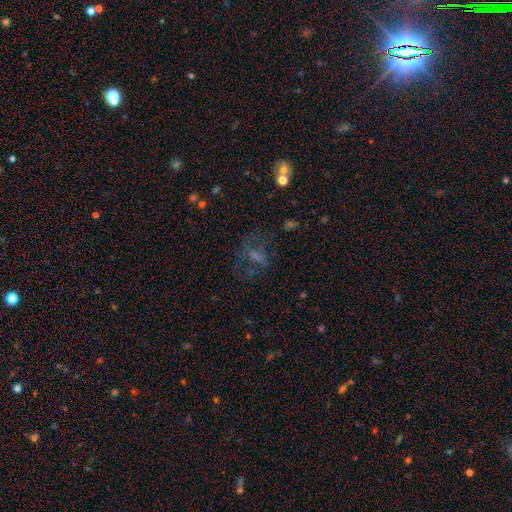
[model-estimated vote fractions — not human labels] smooth_or_featured: featured or disk (p=0.39) [alt: star or artifact p=0.31]
merging: none (p=0.50) [alt: major disturbance p=0.29]